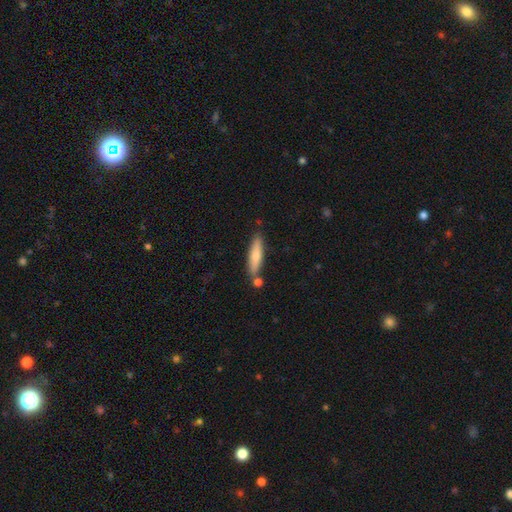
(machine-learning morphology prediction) Smooth or featured? Predicted: smooth (p=0.66). How rounded? Predicted: cigar-shaped (p=0.79). Merging? Predicted: none (p=0.76).